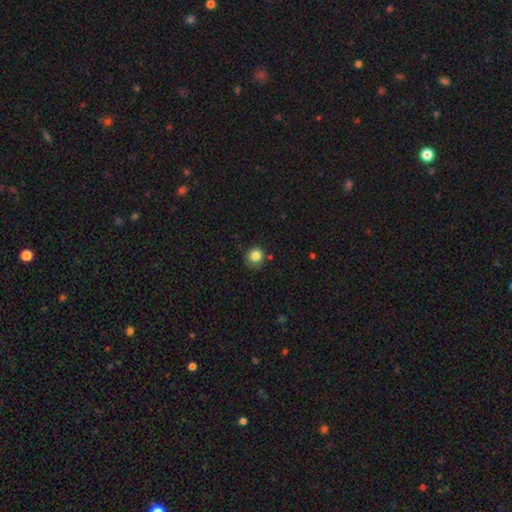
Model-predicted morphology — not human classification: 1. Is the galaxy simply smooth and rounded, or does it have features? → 83% smooth, 11% star or artifact, 6% featured or disk.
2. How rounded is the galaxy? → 92% round, 7% in between, 1% cigar-shaped.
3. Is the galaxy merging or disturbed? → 80% none, 15% minor disturbance, 3% major disturbance, 3% merger.